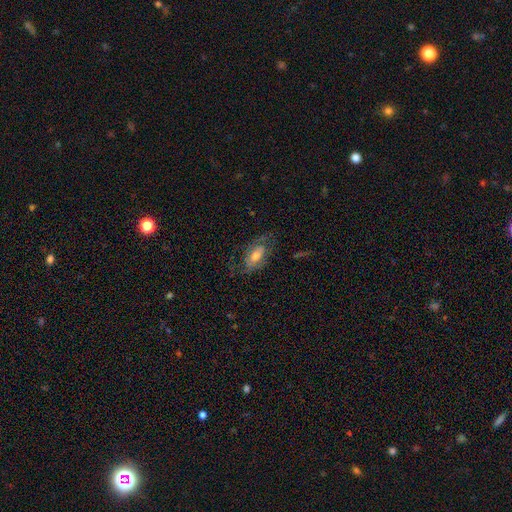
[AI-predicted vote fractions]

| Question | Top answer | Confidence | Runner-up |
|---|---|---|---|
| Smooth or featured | featured or disk | 49% | smooth (42%) |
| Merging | none | 60% | minor disturbance (22%) |